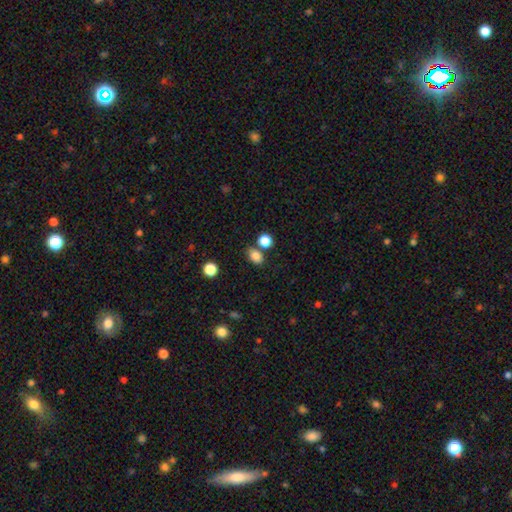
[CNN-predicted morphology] This appears to be a smooth galaxy with no disk features (83%) that is in between round and cigar-shaped (69%). Merging: none (69%).